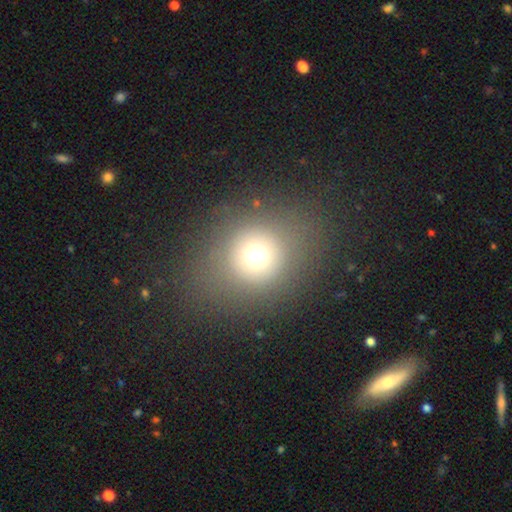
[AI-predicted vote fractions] Overall: smooth (69%). How rounded: round (84%). Merging: none (84%).